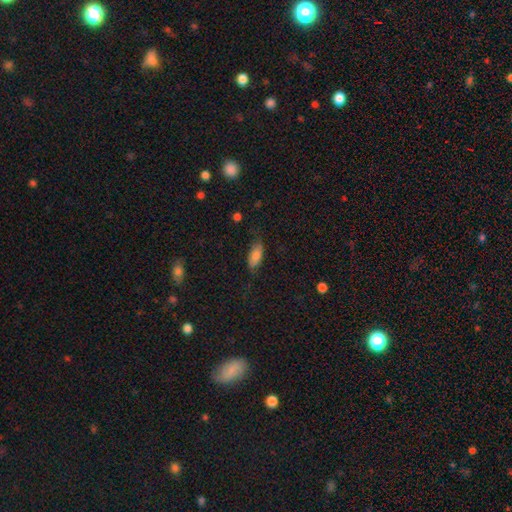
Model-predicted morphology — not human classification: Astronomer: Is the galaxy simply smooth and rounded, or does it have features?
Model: smooth — 80%.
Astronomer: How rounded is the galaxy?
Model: in between — 81%.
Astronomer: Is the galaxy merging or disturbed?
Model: none — 71%.